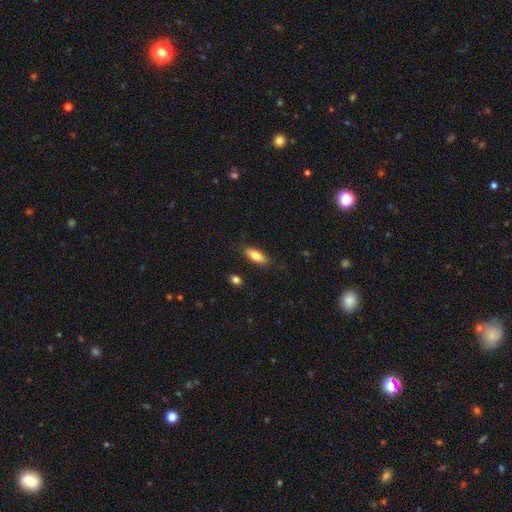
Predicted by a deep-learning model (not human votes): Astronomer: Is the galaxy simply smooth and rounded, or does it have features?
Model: smooth — 82%.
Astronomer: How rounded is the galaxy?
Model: in between — 75%.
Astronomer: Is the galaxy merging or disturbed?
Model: none — 84%.